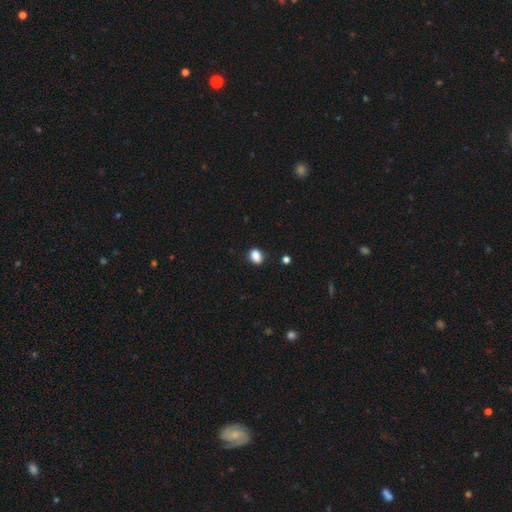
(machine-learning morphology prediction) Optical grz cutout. It shows a smooth galaxy with no disk features (86%) that is in between round and cigar-shaped (67%). Merging: none (84%).